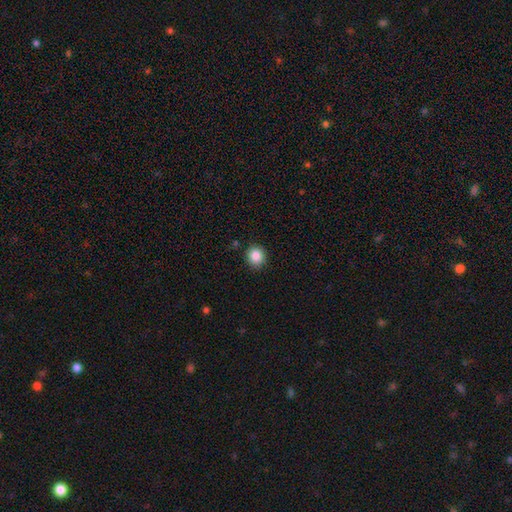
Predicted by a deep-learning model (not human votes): Smooth or featured?
  - smooth: 86% *
  - star or artifact: 10%
  - featured or disk: 4%
How rounded?
  - round: 87% *
  - in between: 12%
  - cigar-shaped: 1%
Merging?
  - none: 89% *
  - minor disturbance: 8%
  - major disturbance: 2%
  - merger: 1%